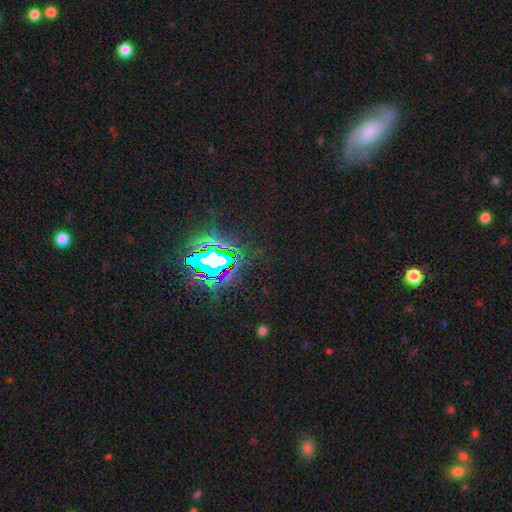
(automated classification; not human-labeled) smooth_or_featured: star or artifact (p=0.77) [alt: smooth p=0.13]